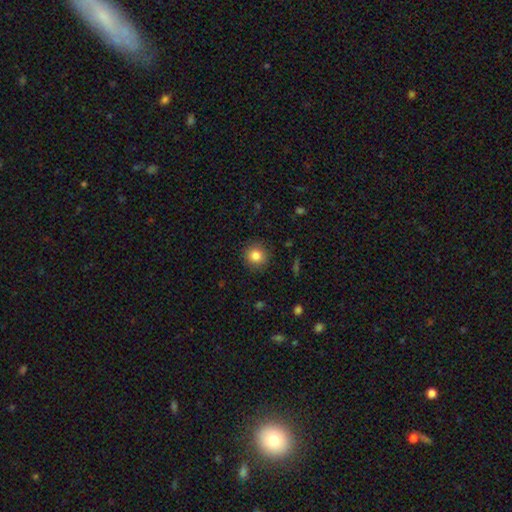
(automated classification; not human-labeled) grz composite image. It shows a smooth galaxy with no disk features (83%) that is round (92%). Merging: none (89%).